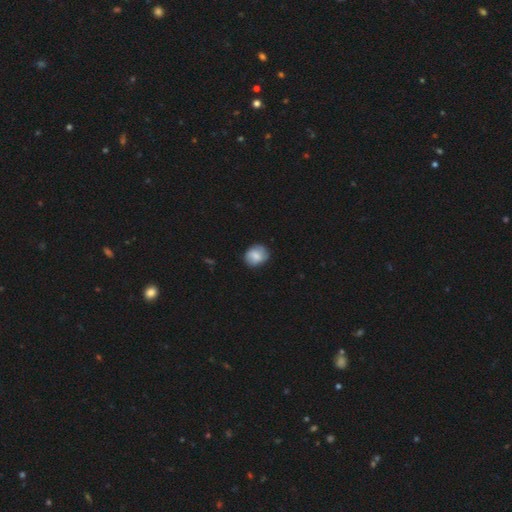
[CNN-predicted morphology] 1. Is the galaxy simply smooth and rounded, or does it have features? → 69% smooth, 23% featured or disk, 7% star or artifact.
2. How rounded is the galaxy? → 59% round, 40% in between, 1% cigar-shaped.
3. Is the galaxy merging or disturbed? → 77% none, 18% minor disturbance, 4% major disturbance, 1% merger.